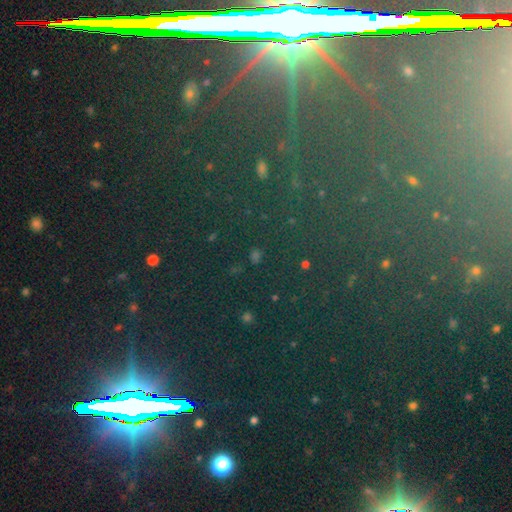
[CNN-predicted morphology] smooth_or_featured: star or artifact (p=0.80) [alt: smooth p=0.12]